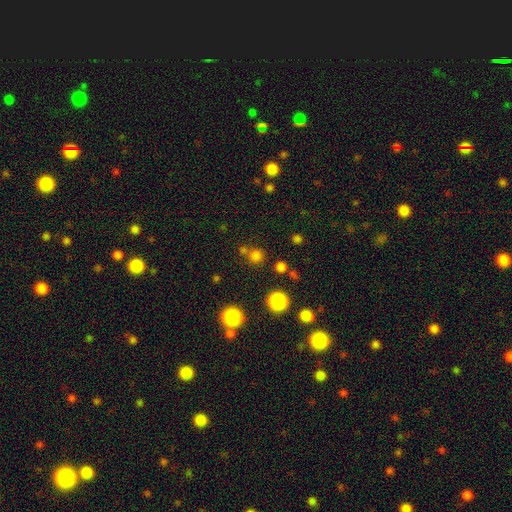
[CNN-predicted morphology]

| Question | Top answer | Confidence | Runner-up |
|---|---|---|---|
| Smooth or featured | smooth | 70% | star or artifact (24%) |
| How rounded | round | 92% | in between (7%) |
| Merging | none | 70% | merger (19%) |